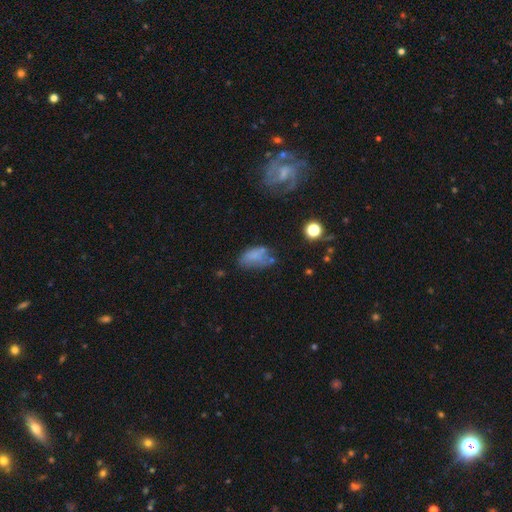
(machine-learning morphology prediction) This is likely a smooth galaxy (65%). How rounded: clearly in between (89%). Merging: marginally none (42%).